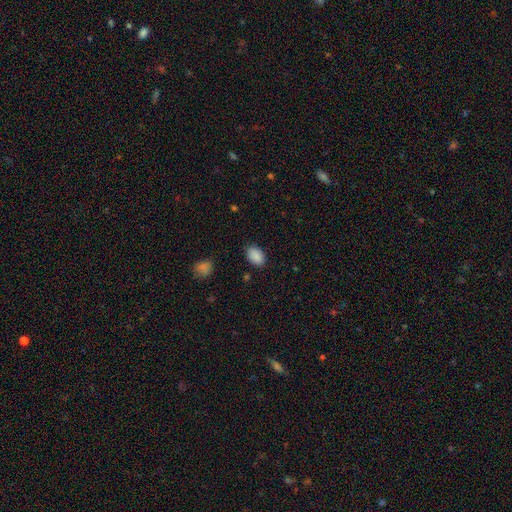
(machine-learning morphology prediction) Smooth or featured?
  - smooth: 89% *
  - star or artifact: 8%
  - featured or disk: 3%
How rounded?
  - in between: 88% *
  - round: 11%
  - cigar-shaped: 1%
Merging?
  - none: 85% *
  - minor disturbance: 11%
  - major disturbance: 3%
  - merger: 1%